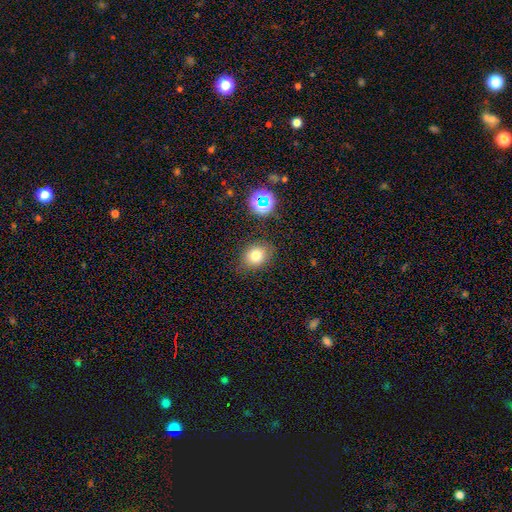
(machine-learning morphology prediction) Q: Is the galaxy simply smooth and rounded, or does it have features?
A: smooth — 77%.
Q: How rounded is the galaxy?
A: round — 55%.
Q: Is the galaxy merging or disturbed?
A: none — 79%.